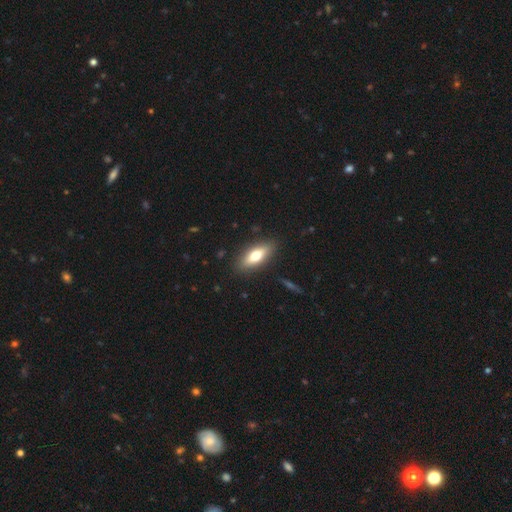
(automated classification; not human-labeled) This is likely a smooth galaxy (66%). How rounded: likely in between (71%). Merging: clearly none (86%).